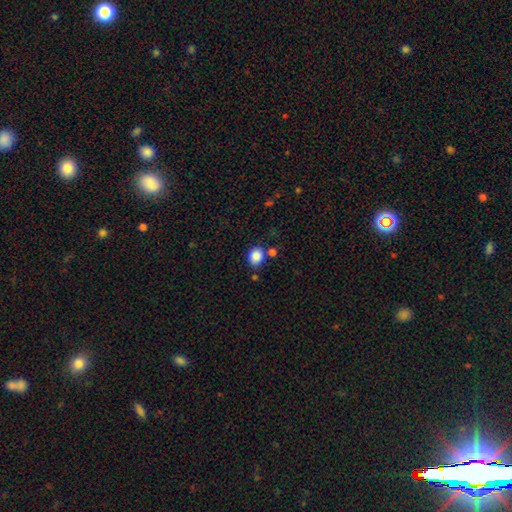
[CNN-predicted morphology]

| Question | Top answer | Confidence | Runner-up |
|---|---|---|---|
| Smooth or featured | smooth | 87% | star or artifact (9%) |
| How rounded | round | 61% | in between (38%) |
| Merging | none | 74% | minor disturbance (12%) |